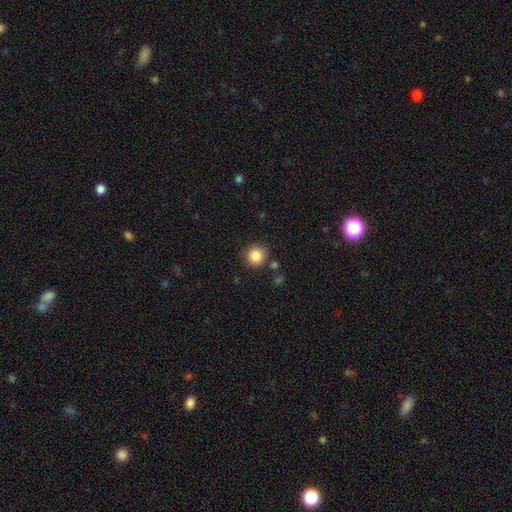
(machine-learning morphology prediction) This appears to be a smooth galaxy with no disk features (86%) that is round (91%). Merging: none (86%).